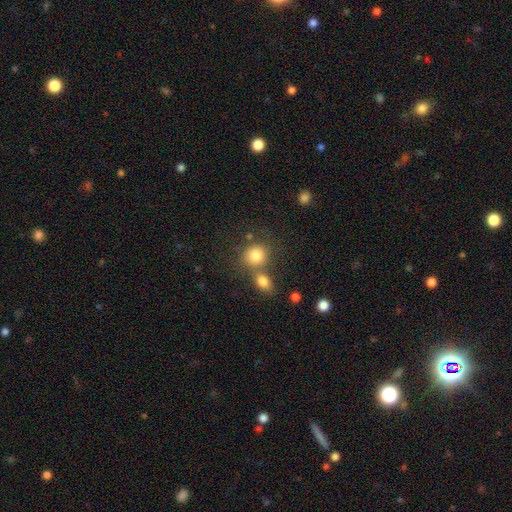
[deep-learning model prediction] smooth-or-featured: smooth: 82% | star or artifact: 10% | featured or disk: 9%
  how-rounded: round: 79% | in between: 20% | cigar-shaped: 1%
  merging: none: 49% | merger: 37% | minor disturbance: 10% | major disturbance: 5%